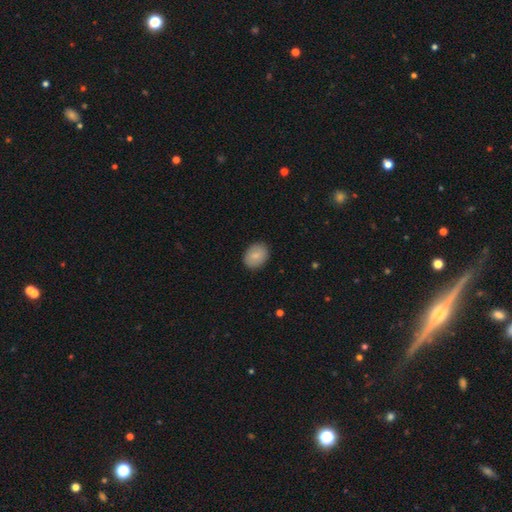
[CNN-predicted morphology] type=smooth (85%); roundness=in between (58%); merging=none (89%).